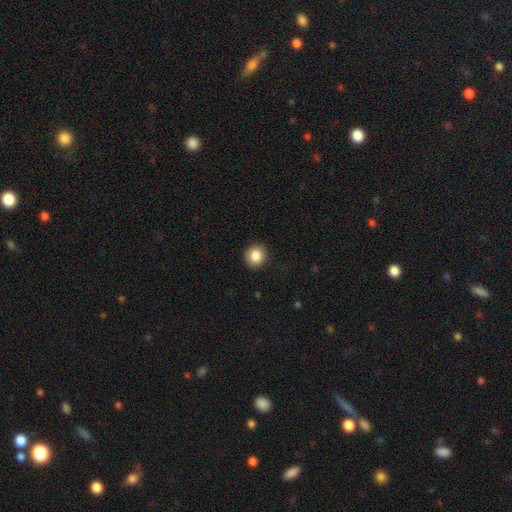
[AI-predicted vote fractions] A smooth galaxy with no disk features (86%) that is round (87%). Merging: none (90%).